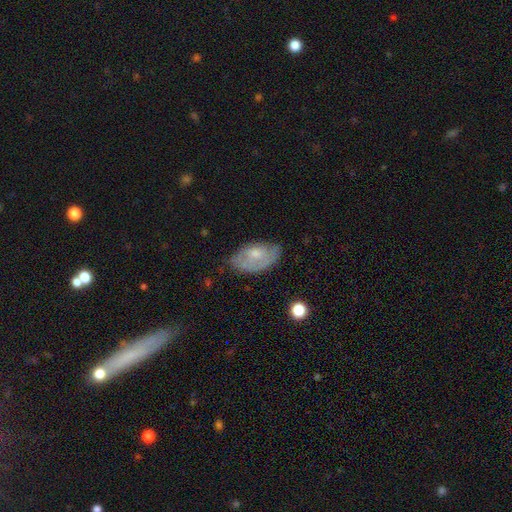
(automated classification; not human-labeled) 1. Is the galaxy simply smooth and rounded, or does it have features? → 48% smooth, 45% featured or disk, 7% star or artifact.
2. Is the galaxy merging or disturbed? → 56% none, 32% minor disturbance, 10% major disturbance, 2% merger.